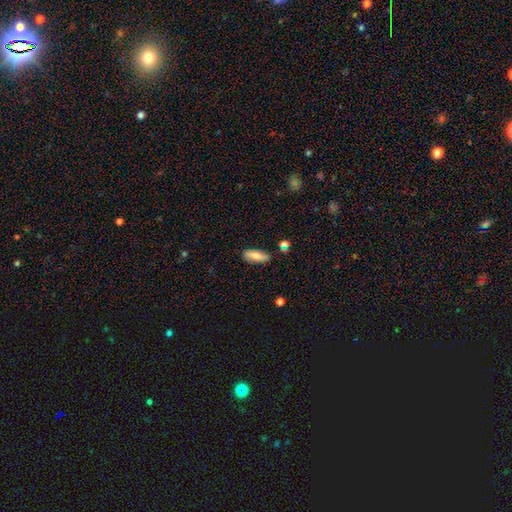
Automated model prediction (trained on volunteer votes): A smooth galaxy with no disk features (79%) that is in between round and cigar-shaped (65%). Merging: none (78%).